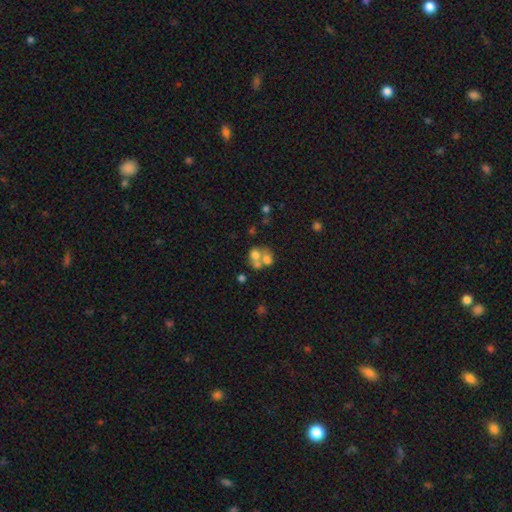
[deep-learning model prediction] Q: Smooth or featured?
A: smooth (57%); runner-up: featured or disk (30%)
Q: How rounded?
A: round (61%); runner-up: in between (38%)
Q: Merging?
A: merger (63%); runner-up: none (23%)